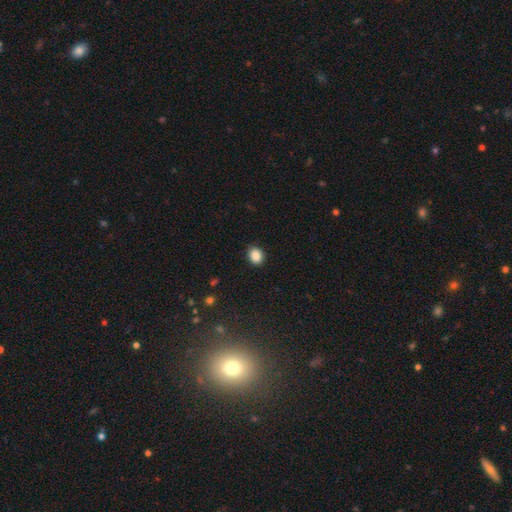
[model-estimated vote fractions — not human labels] A smooth galaxy with no disk features (88%) that is in between round and cigar-shaped (51%). Merging: none (87%).